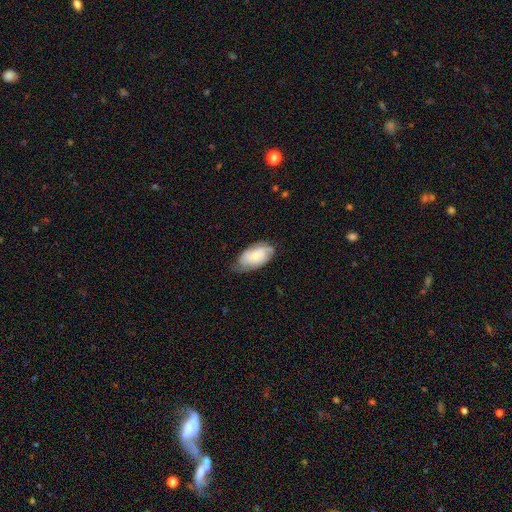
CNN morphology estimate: Smooth or featured? Predicted: featured or disk (p=0.54). Edge-on disk? Predicted: no (p=0.94). Bar? Predicted: no (p=0.73). Spiral arms? Predicted: yes (p=0.87). Bulge size? Predicted: small (p=0.51). Merging? Predicted: none (p=0.62).